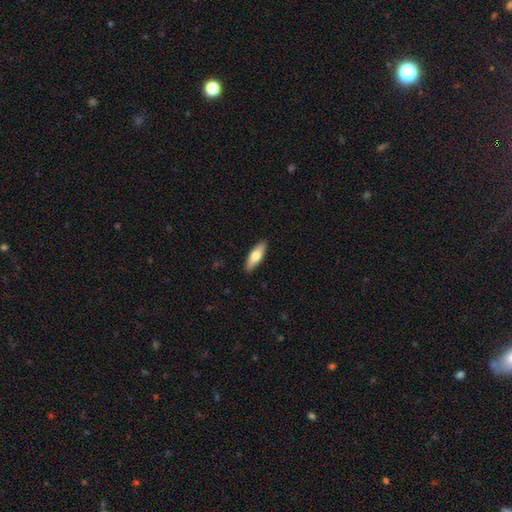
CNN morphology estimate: type=smooth (67%); roundness=in between (55%); merging=none (90%).